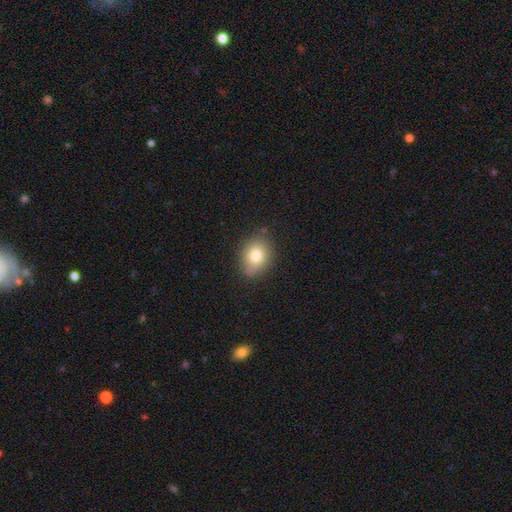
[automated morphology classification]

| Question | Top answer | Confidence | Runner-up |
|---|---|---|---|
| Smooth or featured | smooth | 79% | featured or disk (11%) |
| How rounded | in between | 56% | round (43%) |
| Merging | none | 78% | minor disturbance (17%) |